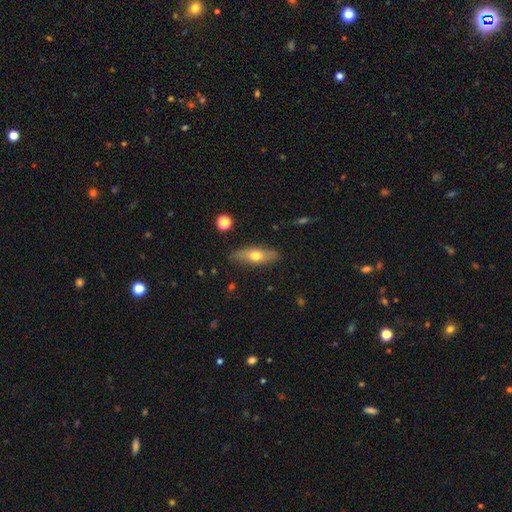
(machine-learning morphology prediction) Overall: smooth (58%; featured or disk 36%). How rounded: in between (52%; cigar-shaped 44%). Merging: none (83%).